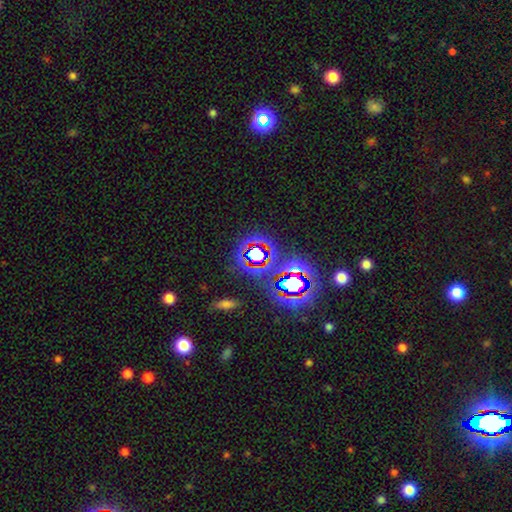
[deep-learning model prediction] This is likely a star or artifact rather than a galaxy (67%).